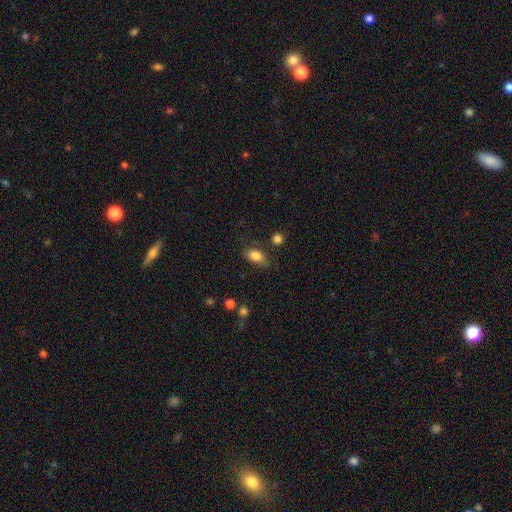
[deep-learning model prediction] Morphology: type=smooth (84%); roundness=in between (88%); merging=none (67%).